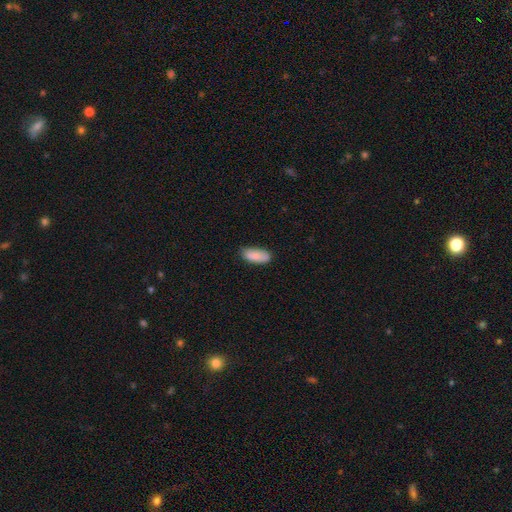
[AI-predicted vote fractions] Morphology: type=smooth (85%); roundness=in between (88%); merging=none (75%).